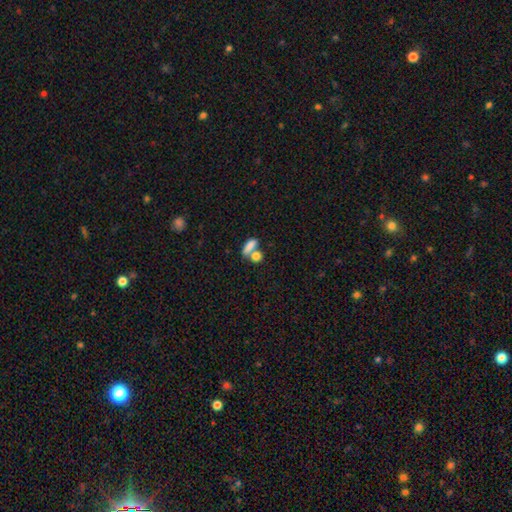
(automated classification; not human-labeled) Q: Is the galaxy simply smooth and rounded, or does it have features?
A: smooth — 81%.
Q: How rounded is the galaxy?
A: in between — 58%.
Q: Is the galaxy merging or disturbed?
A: merger — 46%.